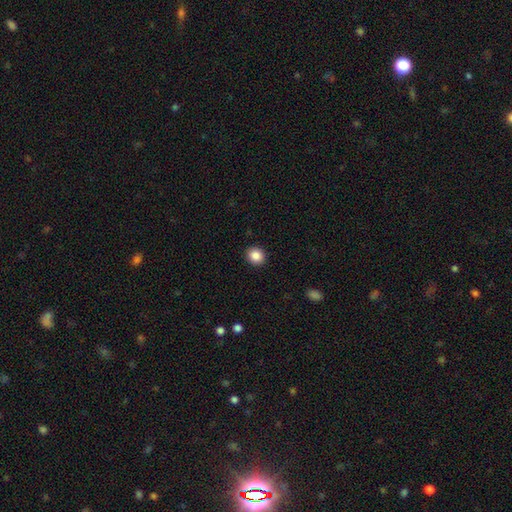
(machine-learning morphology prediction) A smooth galaxy with no disk features (86%) that is round (80%). Merging: none (92%).